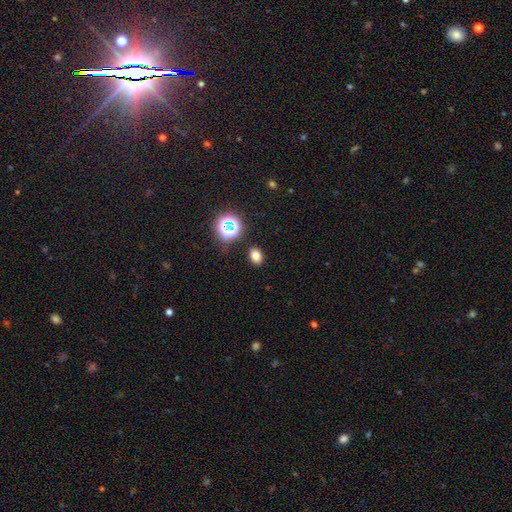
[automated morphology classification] smooth 75%, star or artifact 18%, featured or disk 7%. Down the decision tree: how rounded — in between (66%); merging — none (87%).